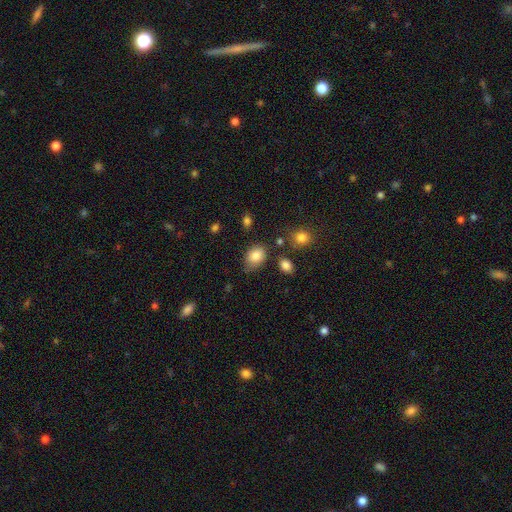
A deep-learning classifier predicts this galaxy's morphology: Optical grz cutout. It shows a smooth galaxy with no disk features (84%) that is in between round and cigar-shaped (74%). Merging: none (71%).